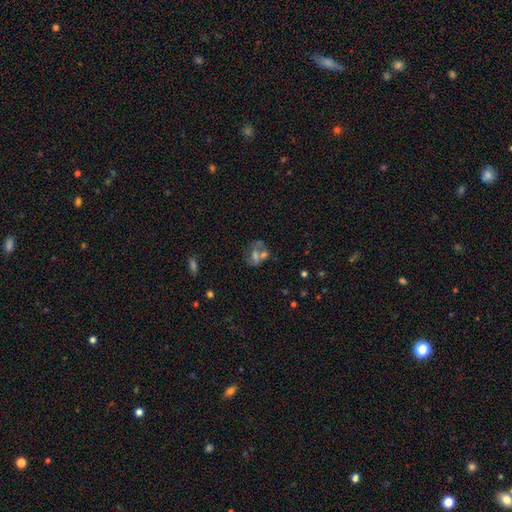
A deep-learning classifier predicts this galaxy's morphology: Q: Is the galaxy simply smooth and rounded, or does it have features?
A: featured or disk — 44%.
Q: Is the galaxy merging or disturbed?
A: none — 37%.